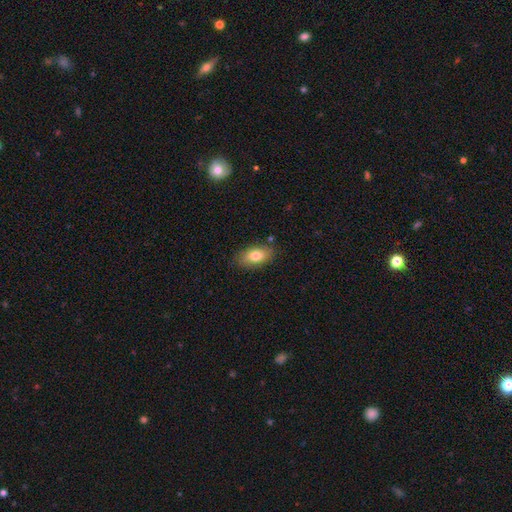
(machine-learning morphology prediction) type=smooth (79%); roundness=in between (90%); merging=none (82%).